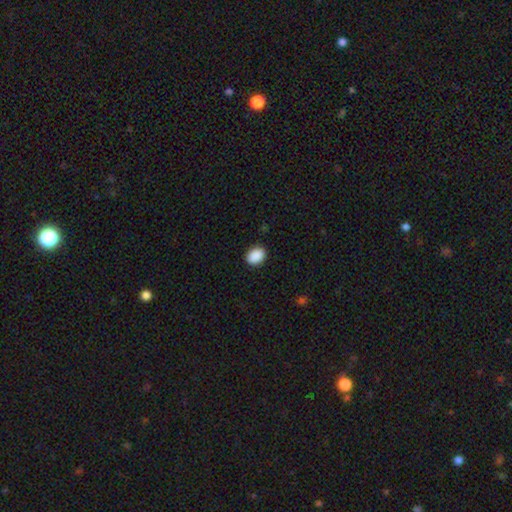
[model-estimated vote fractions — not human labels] Overall: smooth (91%). How rounded: in between (70%). Merging: none (89%).